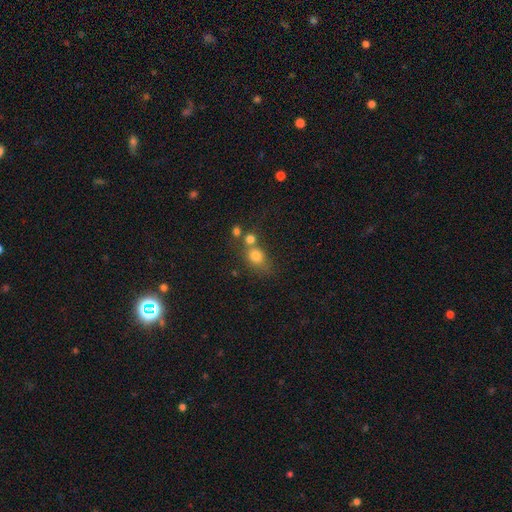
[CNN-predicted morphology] Smooth or featured?
  - smooth: 76% *
  - star or artifact: 13%
  - featured or disk: 11%
How rounded?
  - round: 56% *
  - in between: 42%
  - cigar-shaped: 3%
Merging?
  - none: 40% * (tied)
  - merger: 40% * (tied)
  - minor disturbance: 13%
  - major disturbance: 8%